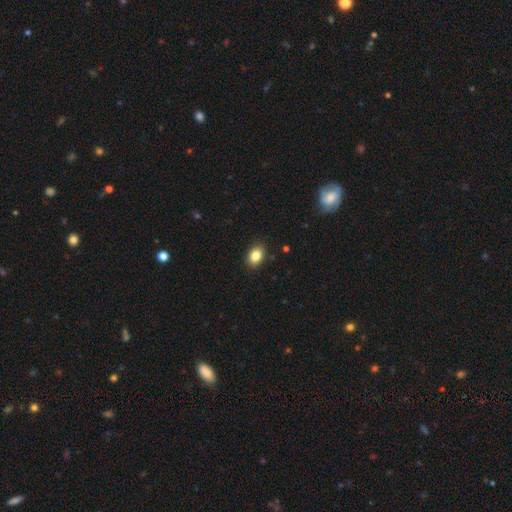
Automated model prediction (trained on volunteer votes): smooth_or_featured: smooth (p=0.84) [alt: star or artifact p=0.09]
how_rounded: in between (p=0.78) [alt: round p=0.21]
merging: none (p=0.88) [alt: minor disturbance p=0.09]